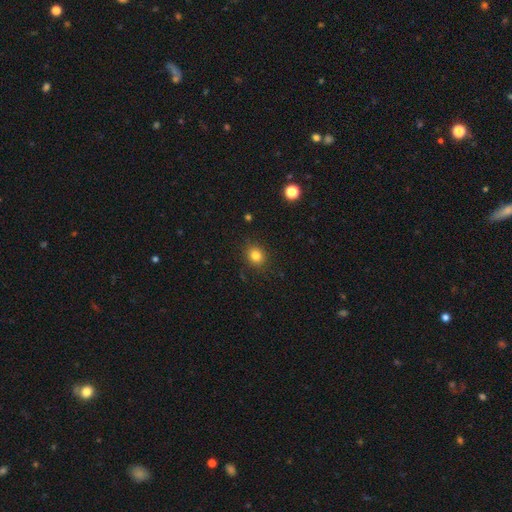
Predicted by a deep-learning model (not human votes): Morphology: type=smooth (82%); roundness=round (73%); merging=none (88%).